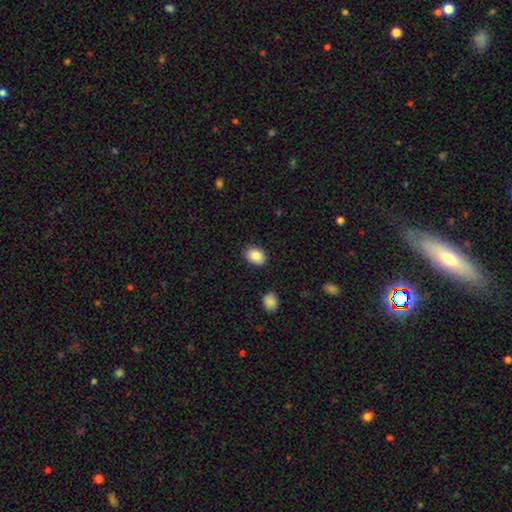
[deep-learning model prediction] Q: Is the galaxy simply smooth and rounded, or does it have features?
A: smooth — 87%.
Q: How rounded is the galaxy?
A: in between — 69%.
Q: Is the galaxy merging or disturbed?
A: none — 87%.